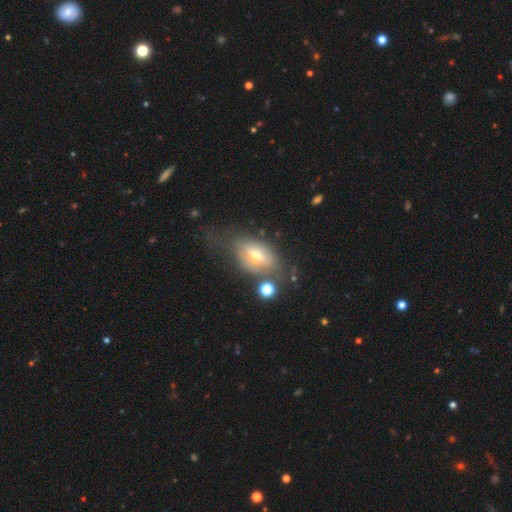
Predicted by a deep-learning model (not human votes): This is possibly a featured or disk galaxy (45%, tied with smooth). Merging: marginally none (41%).